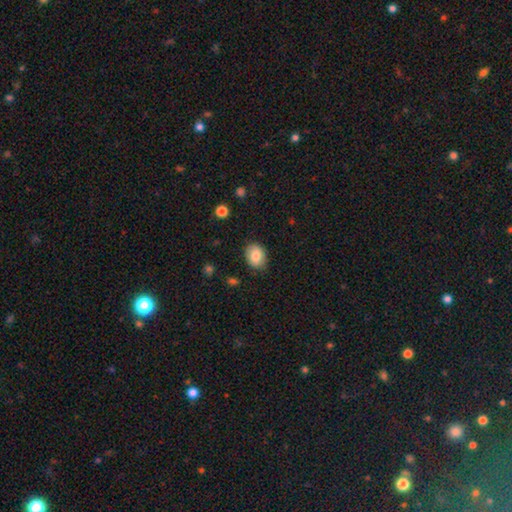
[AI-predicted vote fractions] smooth-or-featured: smooth: 84% | featured or disk: 9% | star or artifact: 8%
  how-rounded: in between: 69% | round: 30% | cigar-shaped: 1%
  merging: none: 82% | minor disturbance: 14% | major disturbance: 3% | merger: 1%